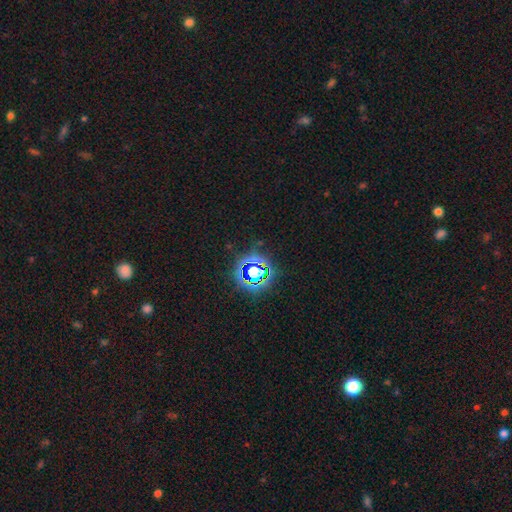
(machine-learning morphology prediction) Smooth or featured?
  - star or artifact: 79% *
  - smooth: 14%
  - featured or disk: 7%